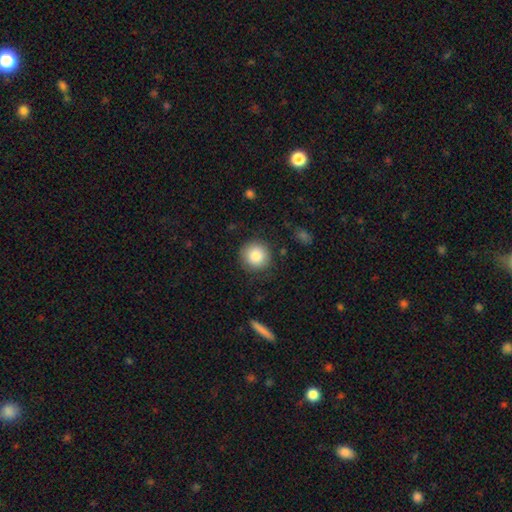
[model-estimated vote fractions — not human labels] smooth 85%, star or artifact 9%, featured or disk 7%. Down the decision tree: how rounded — round (93%); merging — none (87%).